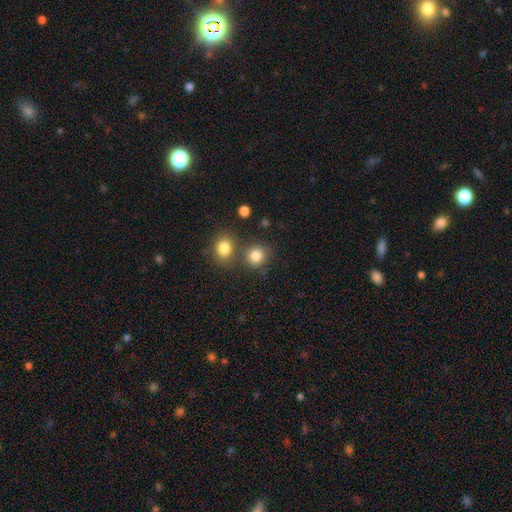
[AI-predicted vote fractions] A smooth galaxy with no disk features (83%) that is round (82%).

Vote fractions:
- Smooth or featured? smooth: 83% / star or artifact: 11% / featured or disk: 6%
- How rounded? round: 82% / in between: 17% / cigar-shaped: 1%
- Merging? none: 67% / merger: 20% / minor disturbance: 9% / major disturbance: 3%